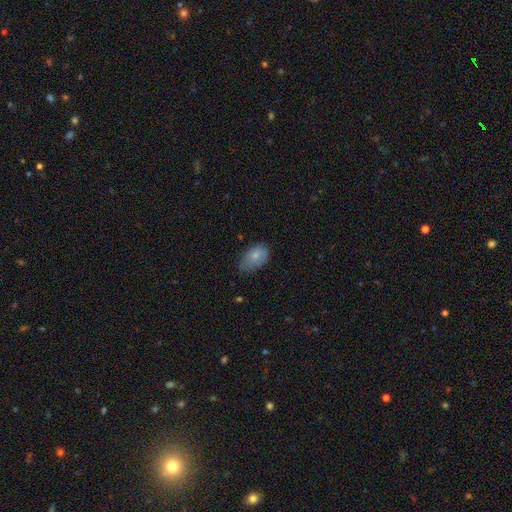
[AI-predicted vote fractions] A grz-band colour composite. It shows a smooth galaxy with no disk features (78%) that is in between round and cigar-shaped (90%). Merging: none (52%).